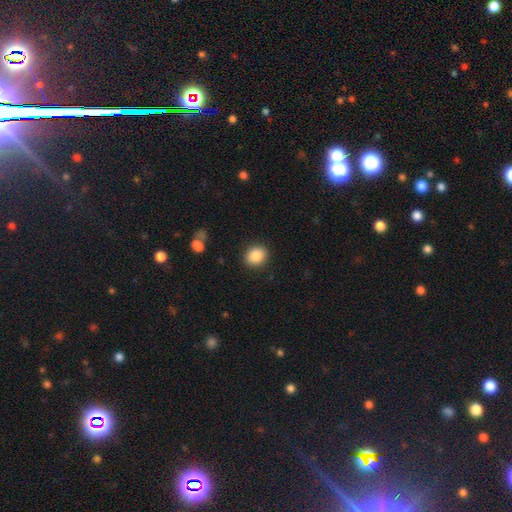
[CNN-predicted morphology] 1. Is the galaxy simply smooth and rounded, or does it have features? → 87% smooth, 8% star or artifact, 4% featured or disk.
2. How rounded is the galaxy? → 62% round, 37% in between, 1% cigar-shaped.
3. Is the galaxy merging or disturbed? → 89% none, 7% minor disturbance, 2% major disturbance, 1% merger.